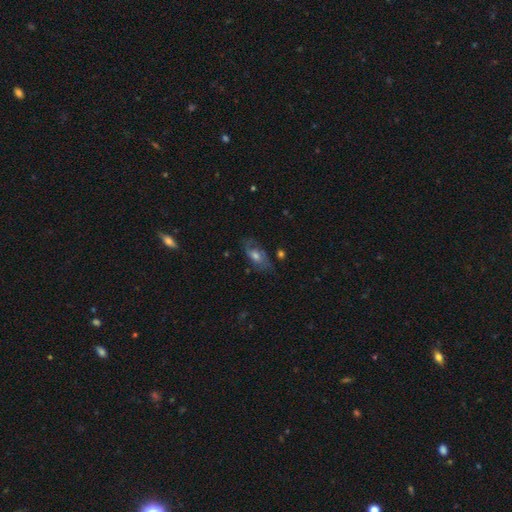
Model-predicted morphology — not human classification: Overall: featured or disk (55%; smooth 35%). Edge-on disk: no (85%). Merging: none (67%).